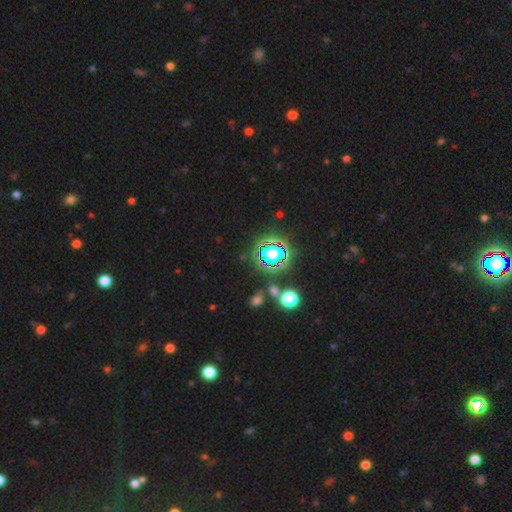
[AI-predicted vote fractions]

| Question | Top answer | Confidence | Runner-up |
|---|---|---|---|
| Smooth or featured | star or artifact | 80% | smooth (13%) |